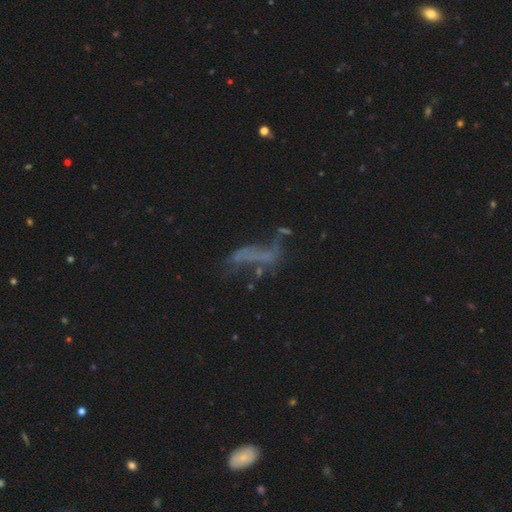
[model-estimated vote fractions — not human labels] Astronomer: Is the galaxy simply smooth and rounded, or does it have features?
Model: featured or disk — 46% (runner-up: smooth, 29%).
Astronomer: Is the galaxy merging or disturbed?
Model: none — 35% (runner-up: major disturbance, 34%).